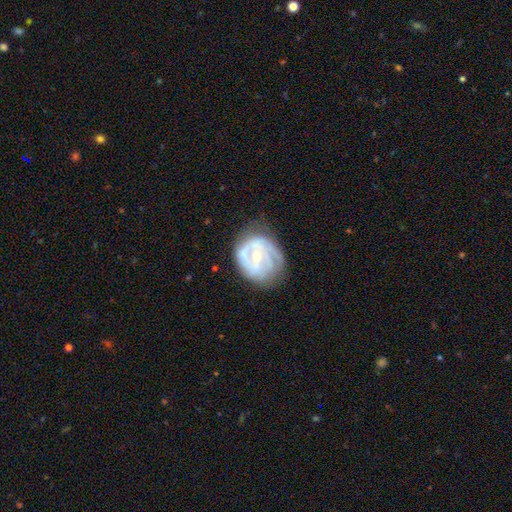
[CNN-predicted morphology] Smooth or featured? featured or disk (75%)
Edge-on disk? no (97%)
Bar? no (55%)
Spiral arms? yes (81%)
Spiral winding? tight (58%)
Spiral arm count? can't tell (36%)
Bulge size? small (57%)
Merging? none (59%)